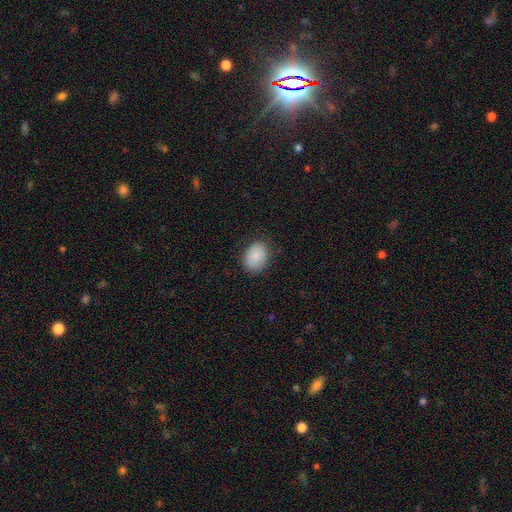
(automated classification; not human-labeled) This is clearly a smooth galaxy (86%). How rounded: possibly in between (58%). Merging: likely none (80%).